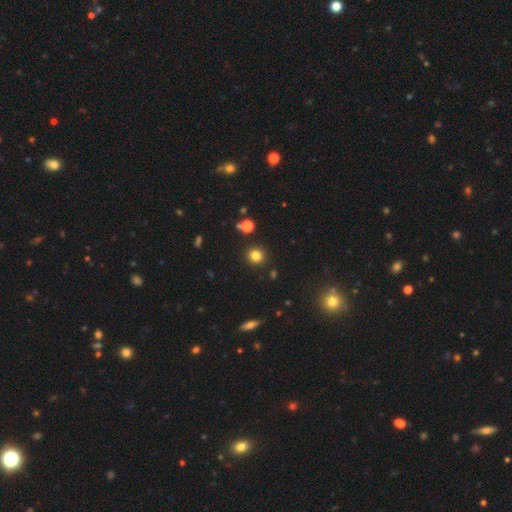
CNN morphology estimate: This is clearly a smooth galaxy (81%). How rounded: clearly round (90%). Merging: clearly none (90%).